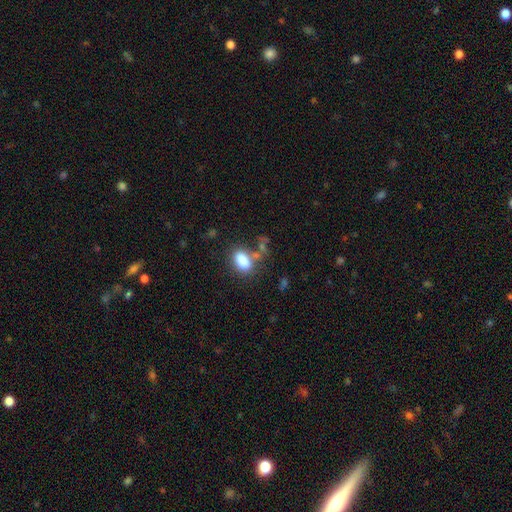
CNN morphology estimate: Smooth or featured? smooth (80%)
How rounded? in between (86%)
Merging? none (64%)